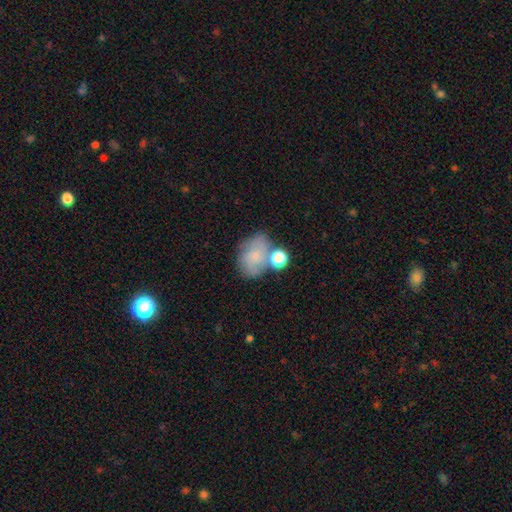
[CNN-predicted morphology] Overall: smooth (59%; featured or disk 30%). How rounded: in between (64%; round 34%). Merging: none (45%; merger 23%).